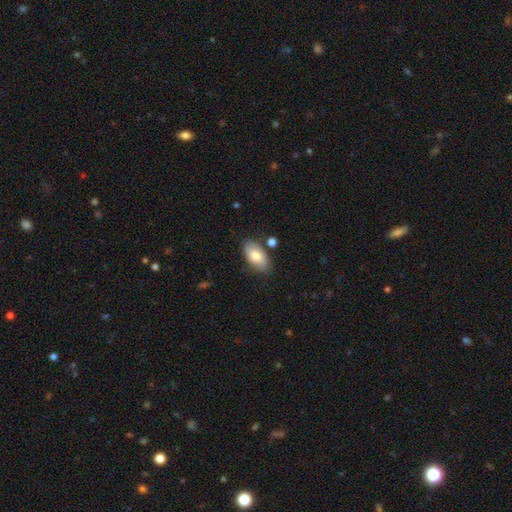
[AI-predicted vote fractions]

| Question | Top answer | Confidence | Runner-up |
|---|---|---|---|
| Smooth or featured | smooth | 78% | featured or disk (16%) |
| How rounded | in between | 94% | round (4%) |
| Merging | none | 76% | minor disturbance (15%) |